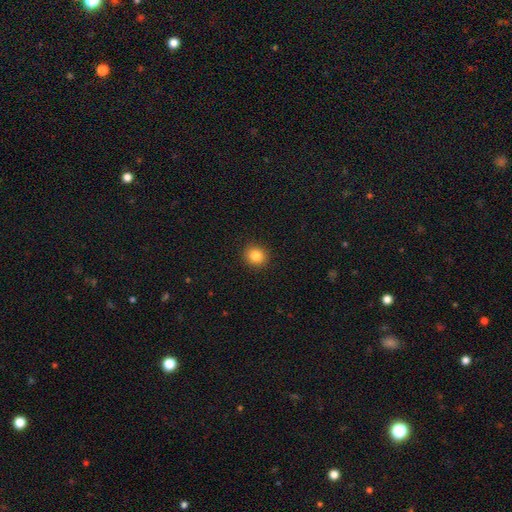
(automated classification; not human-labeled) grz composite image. It shows a smooth galaxy with no disk features (84%) that is round (83%). Merging: none (91%).